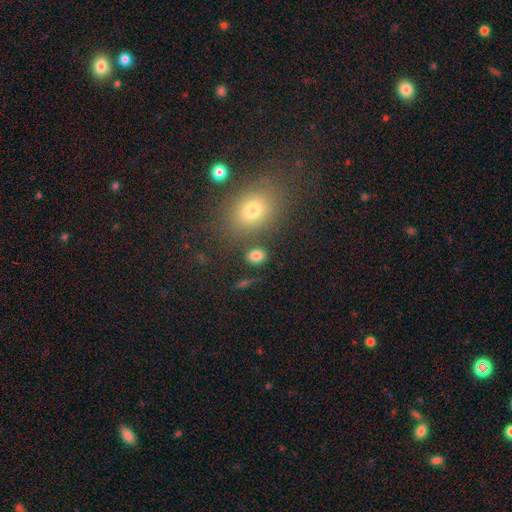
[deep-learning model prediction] A smooth galaxy with no disk features (81%) that is in between round and cigar-shaped (59%). Merging: none (77%).